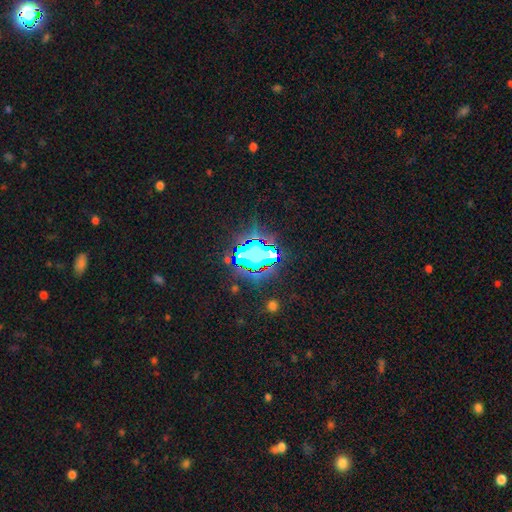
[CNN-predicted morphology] Q: Smooth or featured?
A: star or artifact (59%); runner-up: smooth (28%)